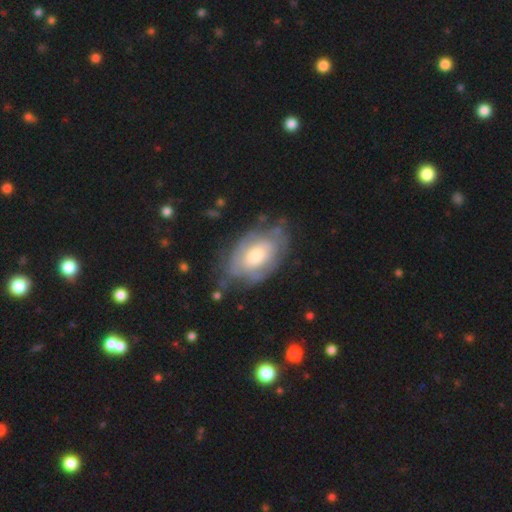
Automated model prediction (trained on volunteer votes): This is possibly a featured or disk galaxy (57%). It is clearly not viewed edge-on (93%). Bar: likely no (74%). Spiral arm pattern: possibly yes (56%). Central bulge: possibly moderate (56%). Merging: possibly none (58%).